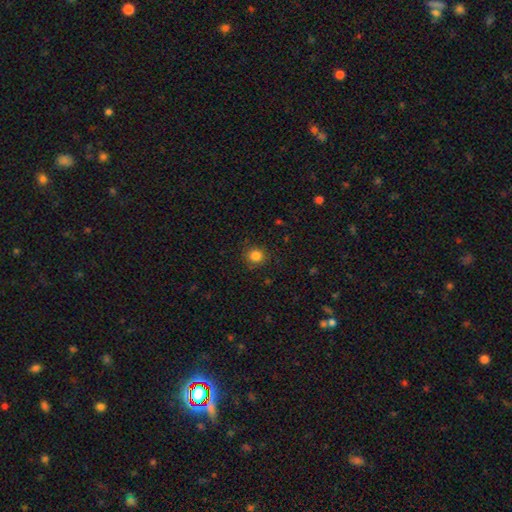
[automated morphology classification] This is clearly a smooth galaxy (83%). How rounded: clearly round (89%). Merging: clearly none (87%).